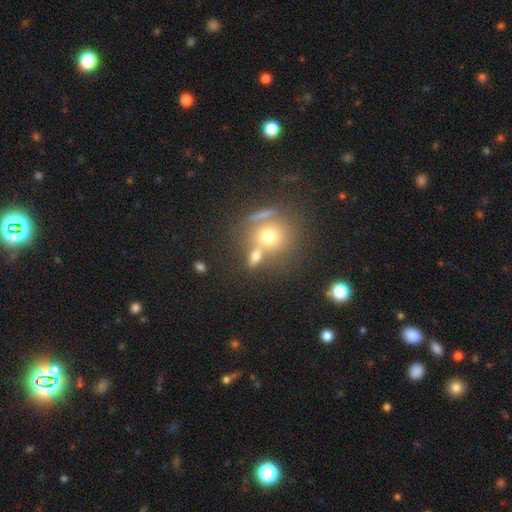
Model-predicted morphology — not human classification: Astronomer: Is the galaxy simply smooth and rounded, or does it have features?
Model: smooth — 66%.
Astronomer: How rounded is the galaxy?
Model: round — 50% (runner-up: in between, 43%).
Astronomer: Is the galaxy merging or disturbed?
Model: none — 49% (runner-up: merger, 36%).